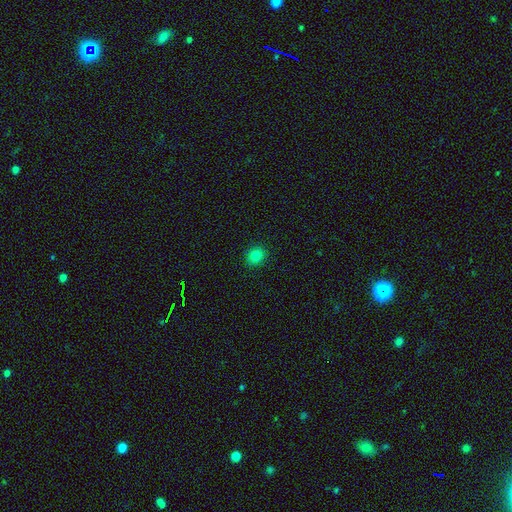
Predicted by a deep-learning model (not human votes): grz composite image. It shows a smooth galaxy with no disk features (81%) that is round (69%). Merging: none (89%).